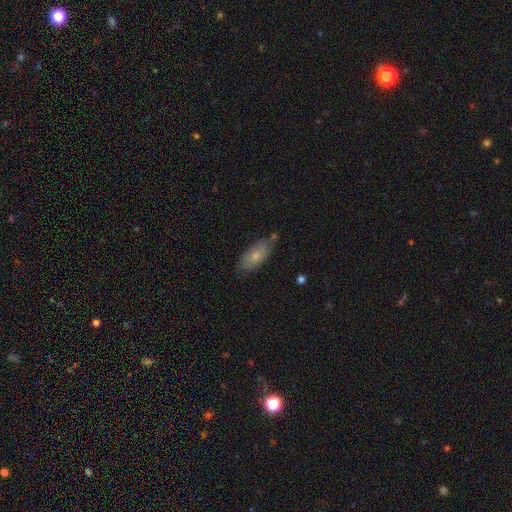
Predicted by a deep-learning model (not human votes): Smooth or featured? Predicted: smooth (p=0.71). How rounded? Predicted: in between (p=0.80). Merging? Predicted: none (p=0.68).